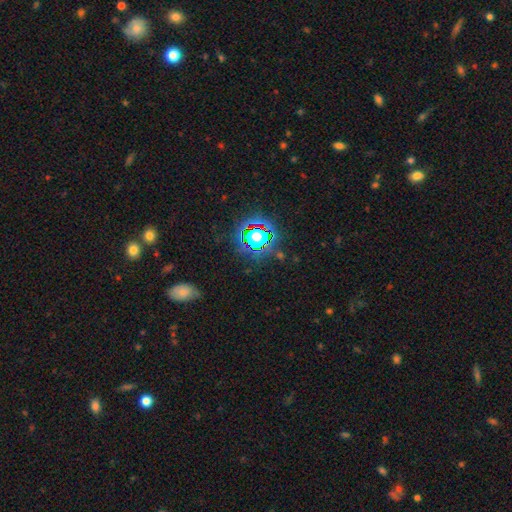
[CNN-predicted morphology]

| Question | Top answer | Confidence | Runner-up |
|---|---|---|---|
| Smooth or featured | star or artifact | 78% | smooth (14%) |